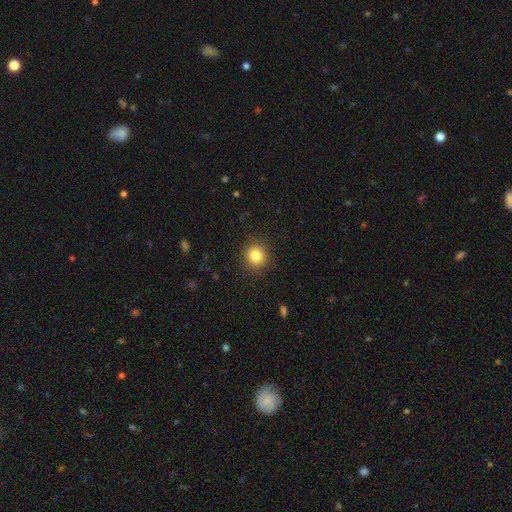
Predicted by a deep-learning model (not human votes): Morphology: type=smooth (83%); roundness=round (91%); merging=none (89%).